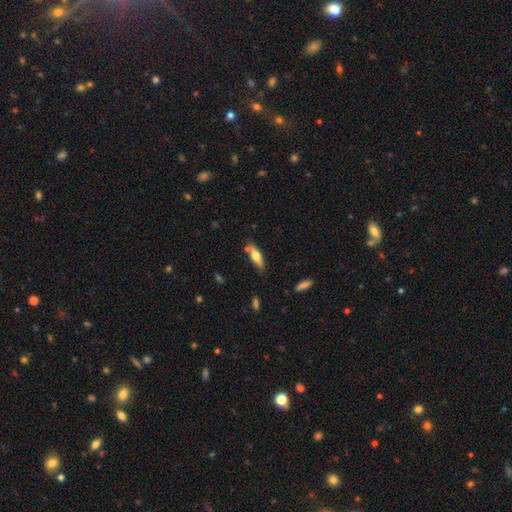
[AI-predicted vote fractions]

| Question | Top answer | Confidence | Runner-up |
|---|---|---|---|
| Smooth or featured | smooth | 60% | featured or disk (34%) |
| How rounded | in between | 50% | cigar-shaped (48%) |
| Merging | none | 70% | minor disturbance (18%) |